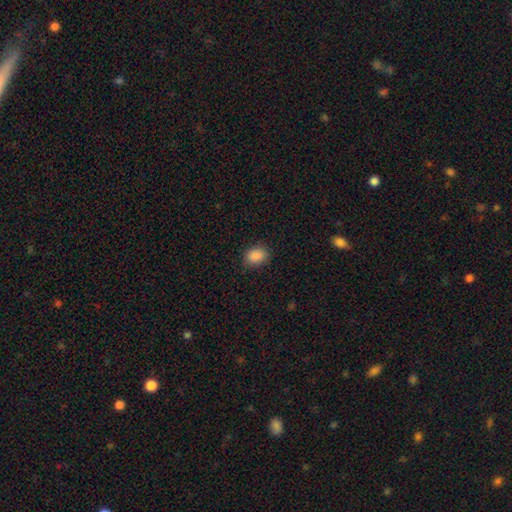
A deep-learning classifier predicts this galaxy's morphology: A smooth galaxy with no disk features (89%) that is in between round and cigar-shaped (67%). Merging: none (86%).